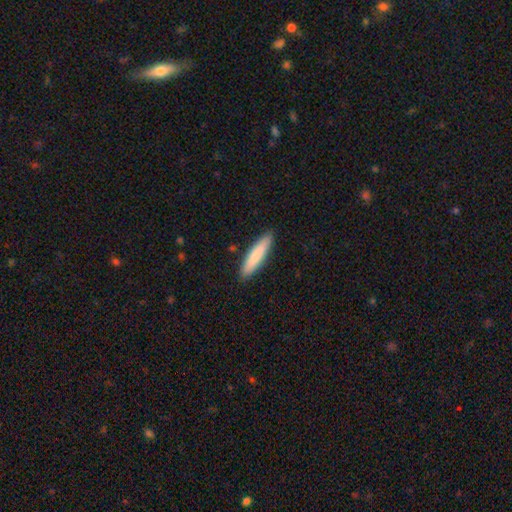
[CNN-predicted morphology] type=smooth (82%); roundness=cigar-shaped (83%); merging=none (90%).